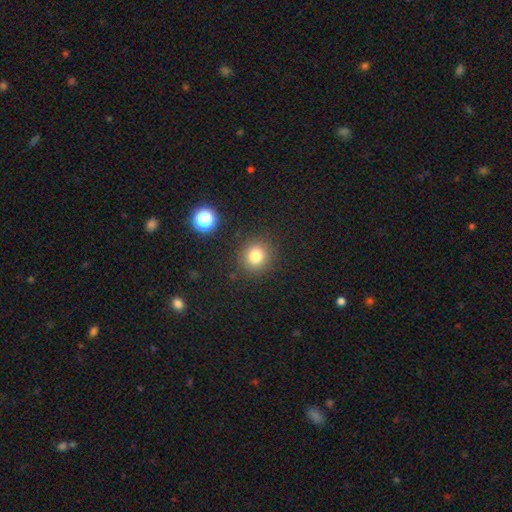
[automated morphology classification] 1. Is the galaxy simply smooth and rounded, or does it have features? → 79% smooth, 14% star or artifact, 7% featured or disk.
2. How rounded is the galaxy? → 89% round, 10% in between, 1% cigar-shaped.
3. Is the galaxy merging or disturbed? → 88% none, 7% minor disturbance, 3% major disturbance, 2% merger.